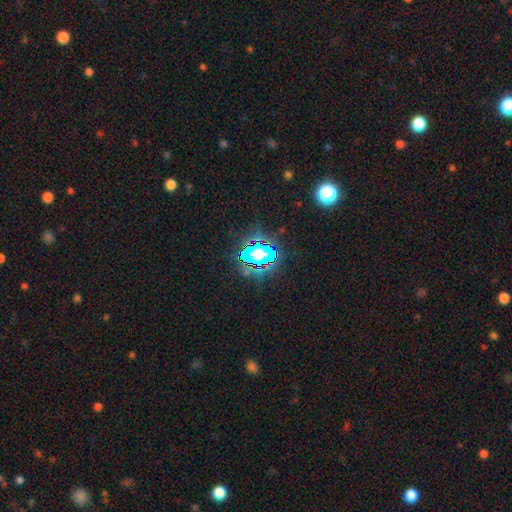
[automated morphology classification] smooth_or_featured: star or artifact (p=0.68) [alt: smooth p=0.20]